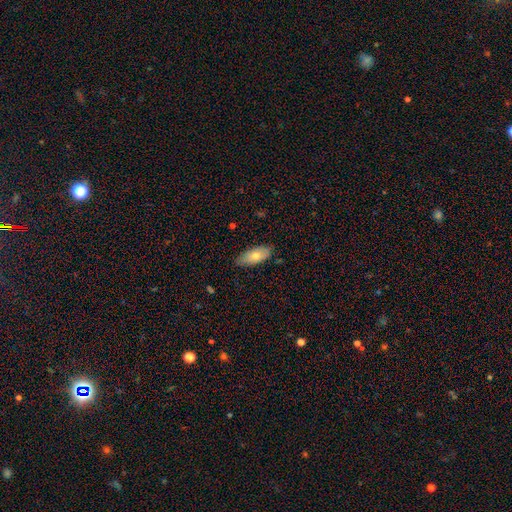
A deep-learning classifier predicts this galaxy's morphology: smooth_or_featured: smooth (p=0.68) [alt: featured or disk p=0.26]
how_rounded: in between (p=0.85) [alt: cigar-shaped p=0.12]
merging: none (p=0.80) [alt: minor disturbance p=0.17]